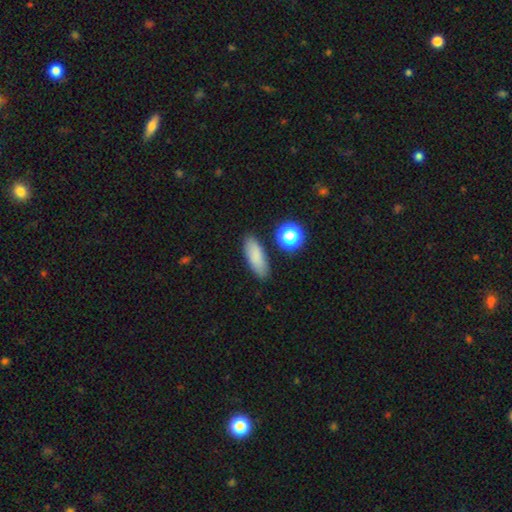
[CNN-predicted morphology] Smooth or featured: smooth — 84% (star or artifact — 9%)
How rounded: in between — 68% (cigar-shaped — 28%)
Merging: none — 85% (minor disturbance — 9%)